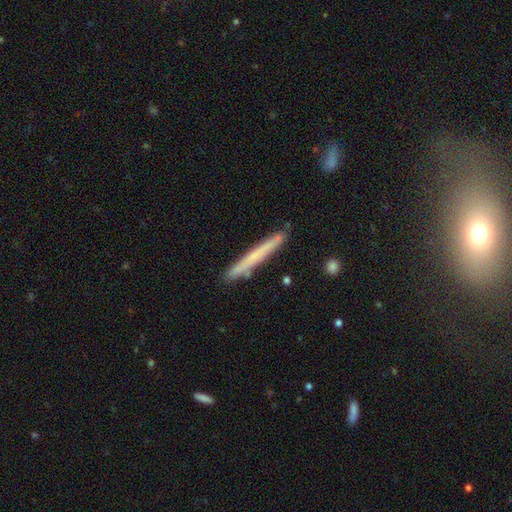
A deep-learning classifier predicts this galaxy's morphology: Smooth or featured? Predicted: smooth (p=0.57). How rounded? Predicted: cigar-shaped (p=0.97). Merging? Predicted: none (p=0.89).